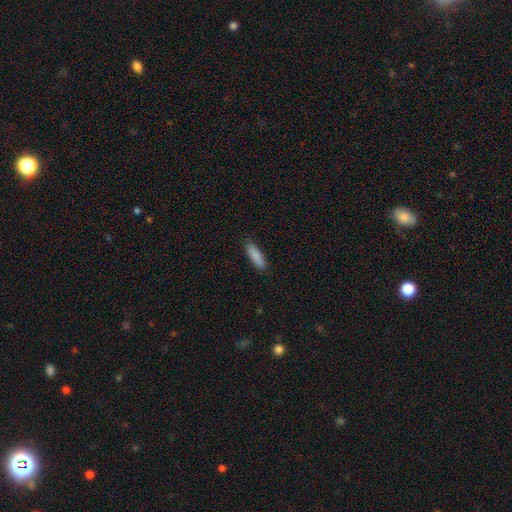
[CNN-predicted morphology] A smooth galaxy with no disk features (88%) that is cigar-shaped (57%). Merging: none (87%).